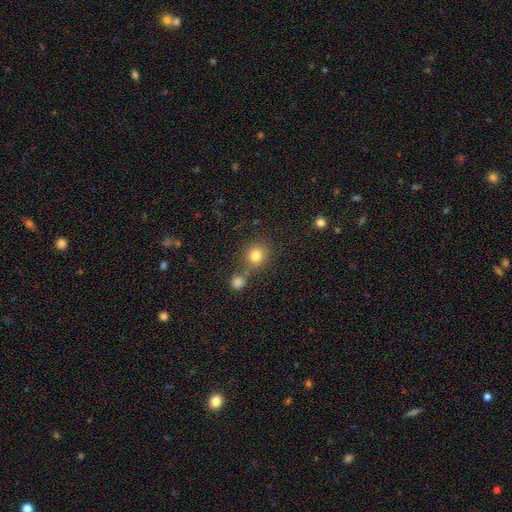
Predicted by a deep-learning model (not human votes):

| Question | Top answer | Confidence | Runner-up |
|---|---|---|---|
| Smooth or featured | smooth | 81% | star or artifact (12%) |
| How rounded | round | 85% | in between (14%) |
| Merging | none | 68% | merger (19%) |